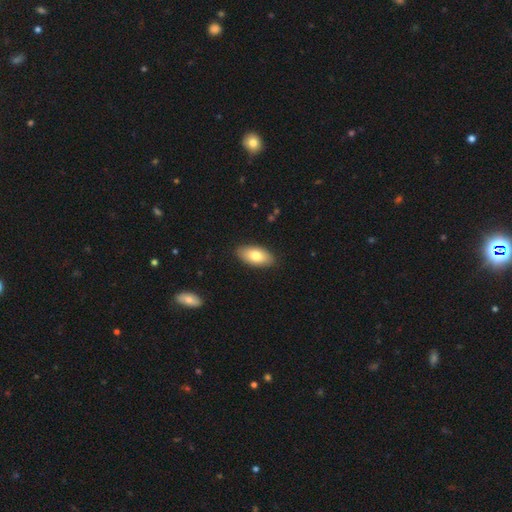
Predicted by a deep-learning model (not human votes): This appears to be a smooth galaxy with no disk features (76%) that is in between round and cigar-shaped (93%). Merging: none (88%).